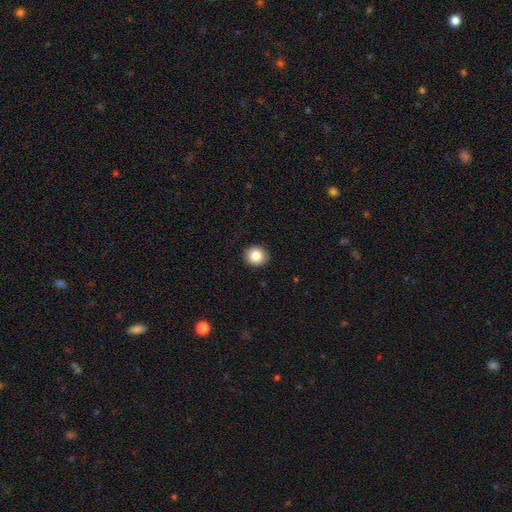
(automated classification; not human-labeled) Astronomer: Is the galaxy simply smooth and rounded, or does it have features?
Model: smooth — 85%.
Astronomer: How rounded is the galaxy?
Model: round — 82%.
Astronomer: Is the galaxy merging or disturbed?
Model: none — 91%.